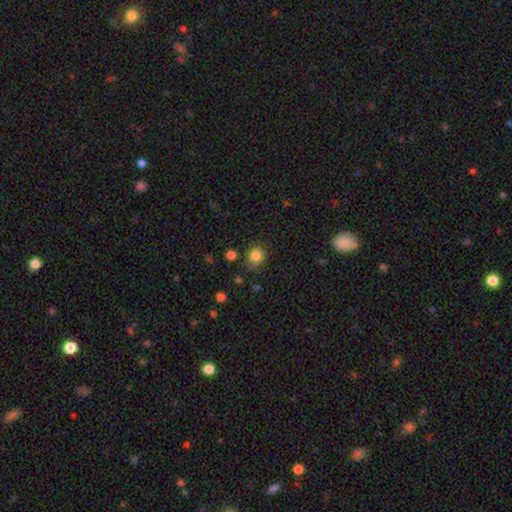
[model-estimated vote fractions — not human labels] smooth 84%, star or artifact 11%, featured or disk 5%. Down the decision tree: how rounded — round (75%); merging — none (75%).